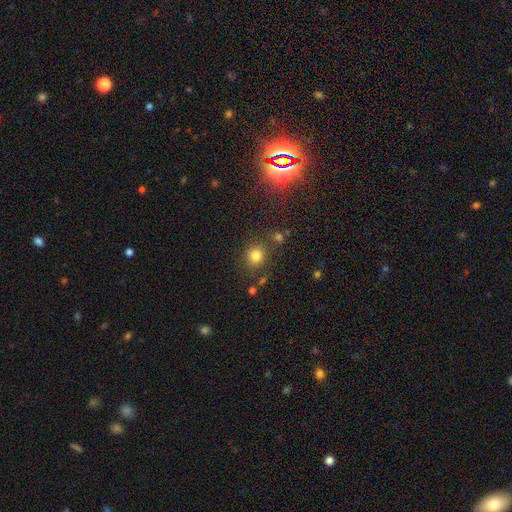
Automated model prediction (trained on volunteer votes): This appears to be a smooth galaxy with no disk features (77%) that is round (83%). Merging: none (77%).